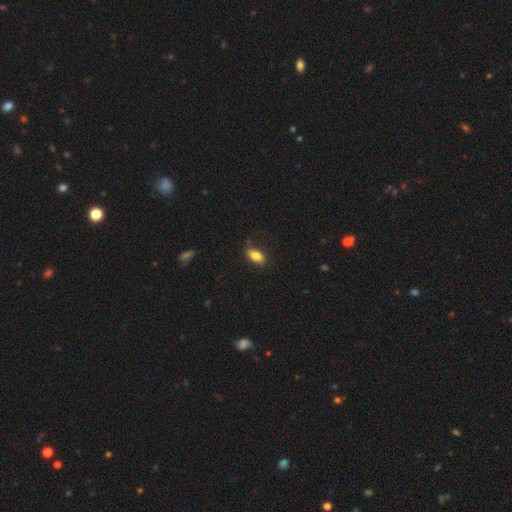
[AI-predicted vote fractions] A smooth galaxy with no disk features (83%) that is in between round and cigar-shaped (88%).

Vote fractions:
- Smooth or featured? smooth: 83% / featured or disk: 10% / star or artifact: 8%
- How rounded? in between: 88% / cigar-shaped: 7% / round: 5%
- Merging? none: 80% / minor disturbance: 15% / major disturbance: 4% / merger: 1%